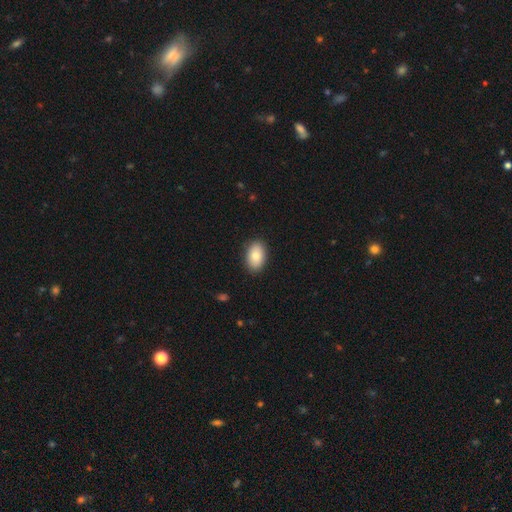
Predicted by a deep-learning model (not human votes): smooth_or_featured: smooth (p=0.83) [alt: featured or disk p=0.10]
how_rounded: in between (p=0.91) [alt: round p=0.08]
merging: none (p=0.89) [alt: minor disturbance p=0.08]